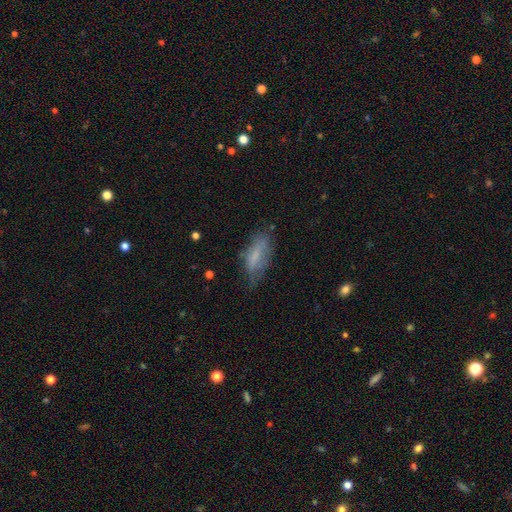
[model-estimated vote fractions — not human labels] A smooth galaxy with no disk features (66%) that is in between round and cigar-shaped (75%).

Vote fractions:
- Smooth or featured? smooth: 66% / featured or disk: 25% / star or artifact: 9%
- How rounded? in between: 75% / cigar-shaped: 23% / round: 2%
- Merging? none: 52% / minor disturbance: 32% / major disturbance: 14% / merger: 2%